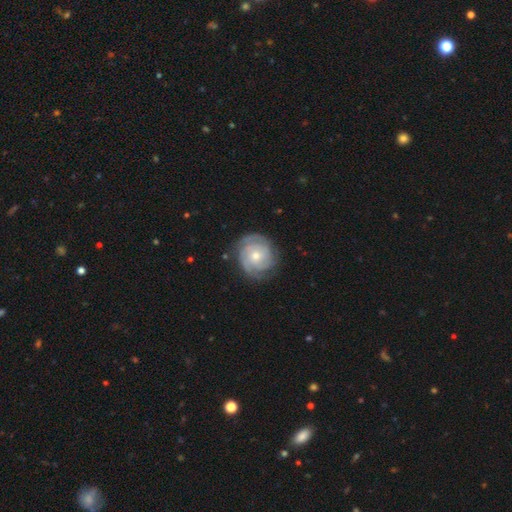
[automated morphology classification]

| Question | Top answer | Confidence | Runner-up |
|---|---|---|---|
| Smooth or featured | featured or disk | 82% | smooth (13%) |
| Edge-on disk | no | 98% | yes (2%) |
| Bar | no | 78% | weak (19%) |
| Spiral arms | yes | 95% | no (5%) |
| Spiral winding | tight | 74% | medium (21%) |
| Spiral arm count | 3 | 29% | 2 (26%) |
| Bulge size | moderate | 49% | small (47%) |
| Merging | none | 77% | minor disturbance (16%) |